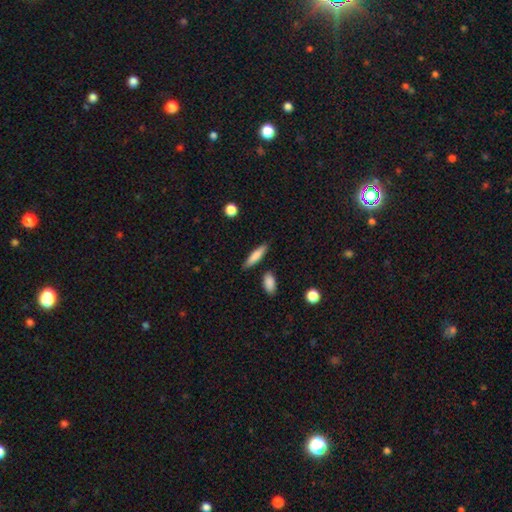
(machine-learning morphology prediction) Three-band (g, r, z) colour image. It shows a smooth galaxy with no disk features (79%) that is cigar-shaped (74%). Merging: none (84%).